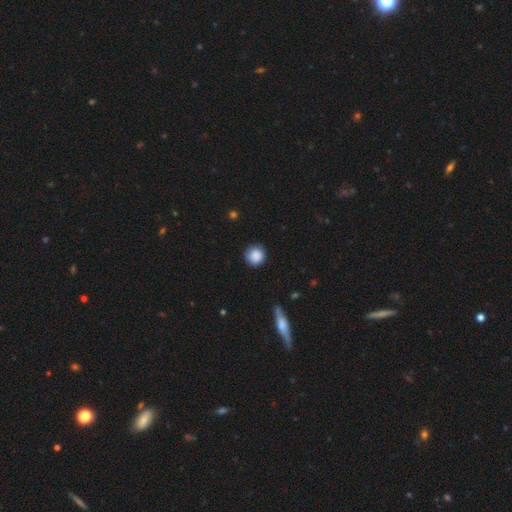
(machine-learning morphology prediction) The model was most divided on "merging": none: 86%, minor disturbance: 11%, major disturbance: 2%, merger: 1%. More confident: how rounded — round (94%); smooth or featured — smooth (88%).